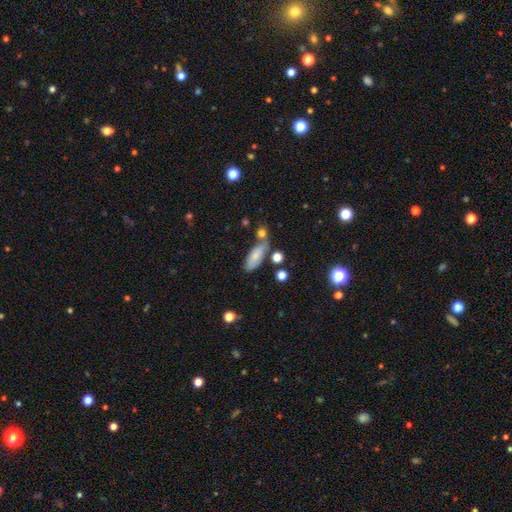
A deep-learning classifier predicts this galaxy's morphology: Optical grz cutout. It shows a smooth galaxy with no disk features (78%) that is in between round and cigar-shaped (70%). Merging: none (55%).